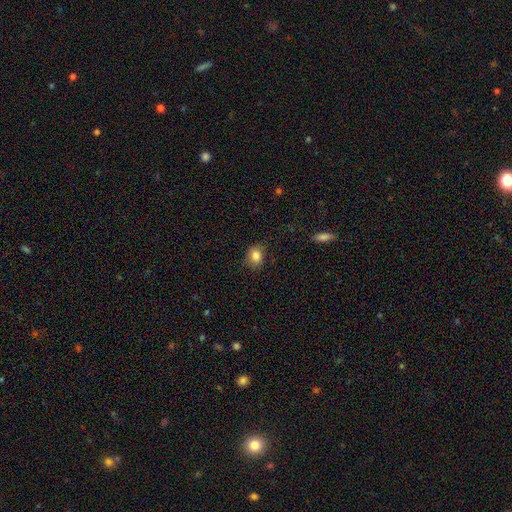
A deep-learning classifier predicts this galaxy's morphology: This is clearly a smooth galaxy (84%). How rounded: possibly round (55%). Merging: likely none (78%).